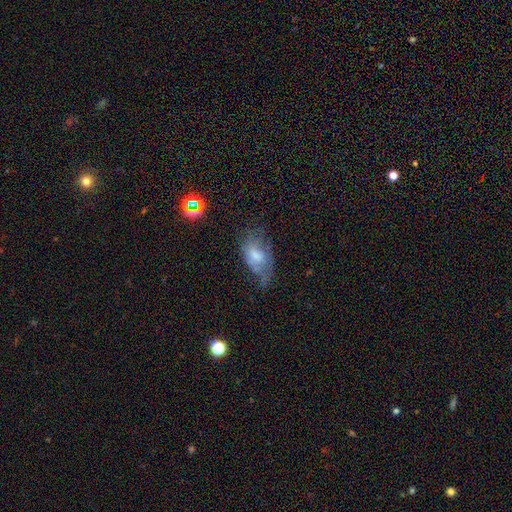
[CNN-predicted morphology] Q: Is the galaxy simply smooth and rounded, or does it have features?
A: smooth — 50%.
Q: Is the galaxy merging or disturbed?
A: minor disturbance — 32%, tied with none and major disturbance.